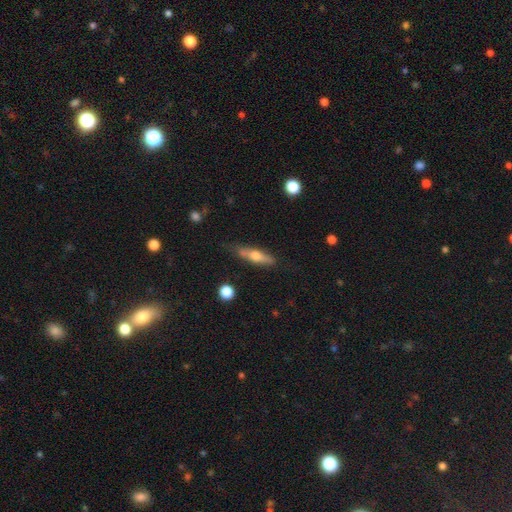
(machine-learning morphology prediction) The model was most divided on "smooth or featured": smooth: 51%, featured or disk: 43%, star or artifact: 6%. More confident: merging — none (71%); how rounded — cigar-shaped (71%).